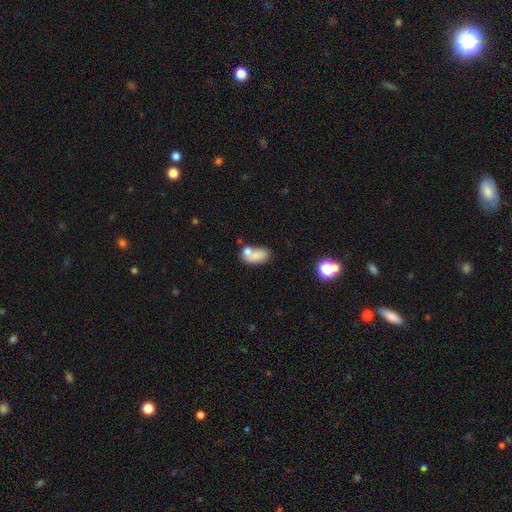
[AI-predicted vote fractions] Morphology: type=smooth (73%); roundness=in between (87%); merging=merger (38%, tied with none).